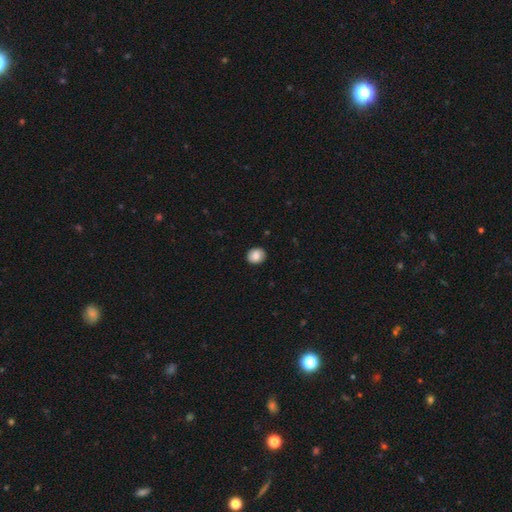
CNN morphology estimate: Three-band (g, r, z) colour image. It shows a smooth galaxy with no disk features (84%) that is round (72%). Merging: none (89%).